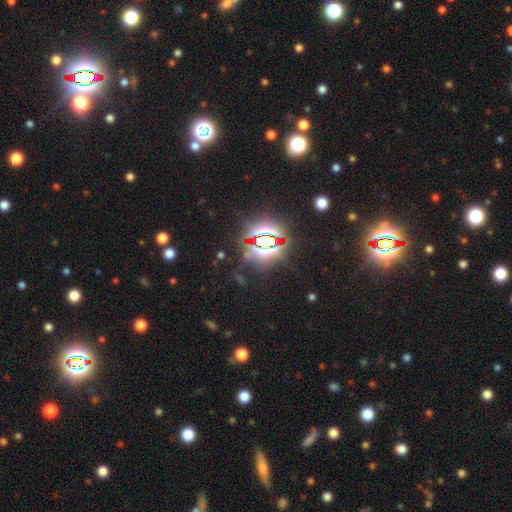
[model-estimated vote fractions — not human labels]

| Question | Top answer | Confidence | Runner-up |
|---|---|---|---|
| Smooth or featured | star or artifact | 83% | smooth (10%) |